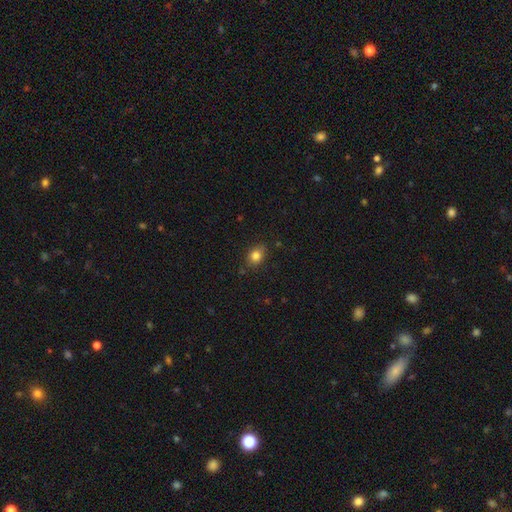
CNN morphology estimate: Q: Smooth or featured?
A: smooth (82%); runner-up: star or artifact (11%)
Q: How rounded?
A: in between (50%); runner-up: round (49%)
Q: Merging?
A: none (80%); runner-up: minor disturbance (15%)